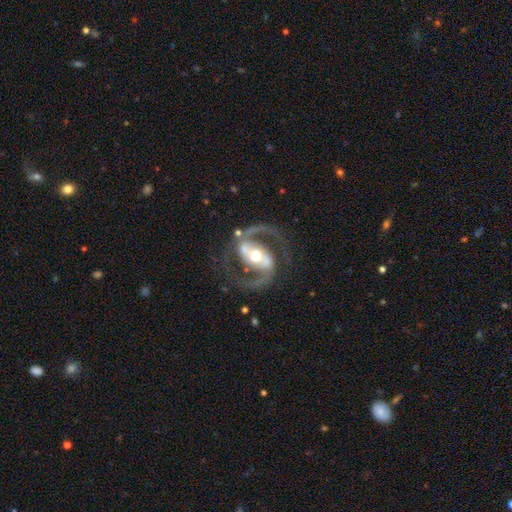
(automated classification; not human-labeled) Overall: featured or disk (92%). Edge-on disk: no (98%). Bar: strong (55%; weak 28%). Spiral arms: yes (97%). Spiral arm count: 2 (94%). Spiral winding: medium (64%). Bulge size: moderate (68%). Merging: none (79%).